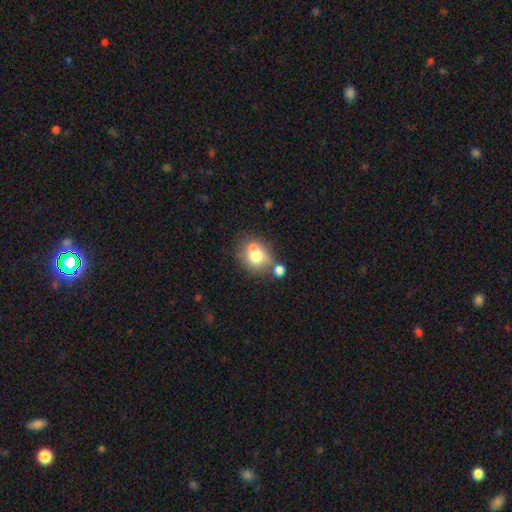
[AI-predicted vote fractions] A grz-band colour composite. It shows a smooth galaxy with no disk features (68%) that is round (67%). Merging: none (43%).